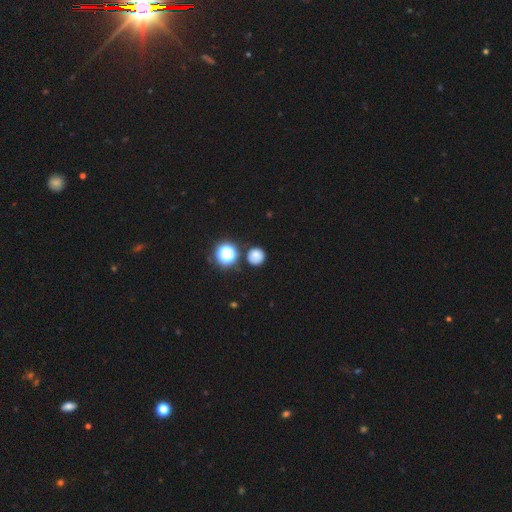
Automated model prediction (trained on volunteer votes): This appears to be a smooth galaxy with no disk features (76%) that is round (93%). Merging: none (84%).